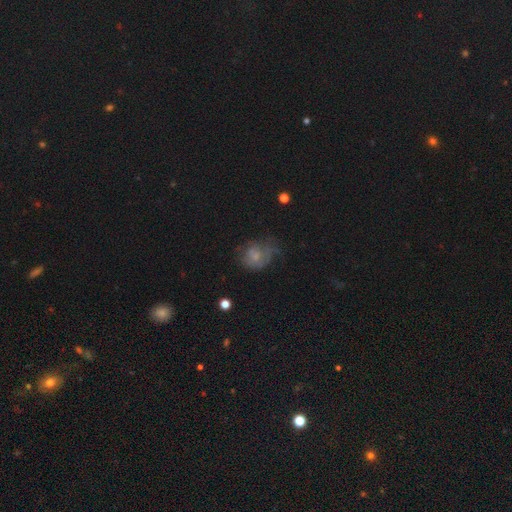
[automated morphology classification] This appears to be a smooth galaxy with no disk features (50%) that is round (54%). Merging: none (37%).